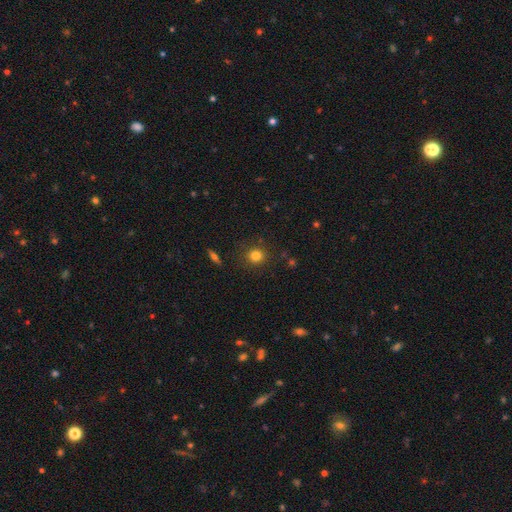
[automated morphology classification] This appears to be a smooth galaxy with no disk features (82%) that is round (89%). Merging: none (87%).